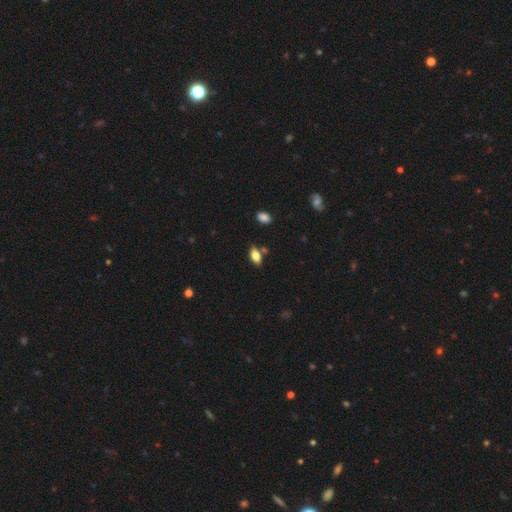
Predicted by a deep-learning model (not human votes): The model was most divided on "smooth or featured": smooth: 75%, featured or disk: 17%, star or artifact: 9%. More confident: how rounded — in between (87%); merging — none (75%).